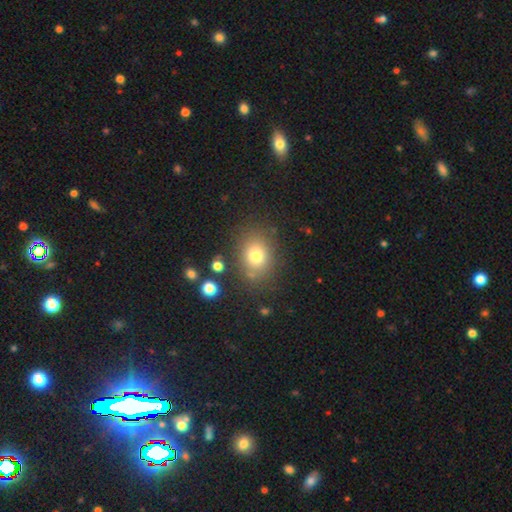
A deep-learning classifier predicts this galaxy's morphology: A smooth galaxy with no disk features (75%) that is round (53%).

Vote fractions:
- Smooth or featured? smooth: 75% / star or artifact: 14% / featured or disk: 11%
- How rounded? round: 53% / in between: 46% / cigar-shaped: 1%
- Merging? none: 80% / minor disturbance: 11% / major disturbance: 5% / merger: 4%